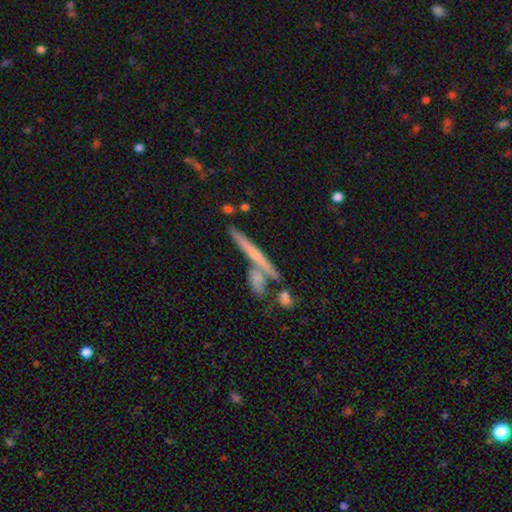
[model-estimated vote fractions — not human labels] A featured or disk galaxy (52%) viewed edge-on (93%). Merging: none (68%).